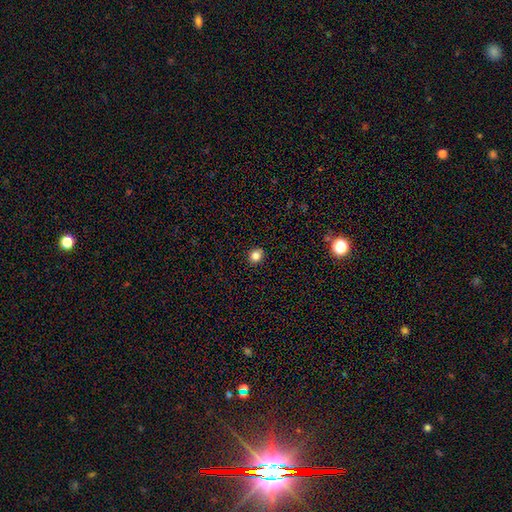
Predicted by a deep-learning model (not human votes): This is clearly a smooth galaxy (83%). How rounded: clearly round (83%). Merging: clearly none (92%).